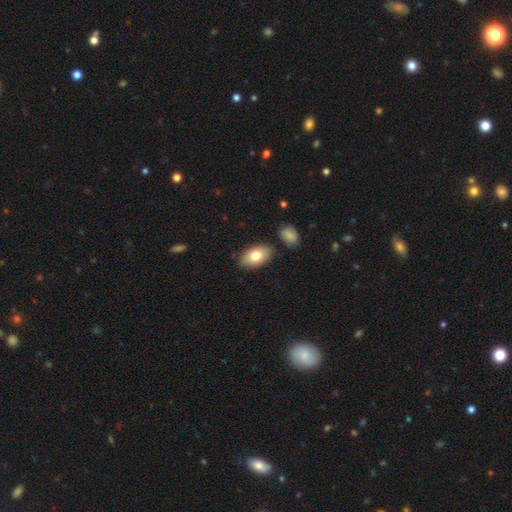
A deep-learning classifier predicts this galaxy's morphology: A smooth galaxy with no disk features (80%) that is in between round and cigar-shaped (93%). Merging: none (82%).